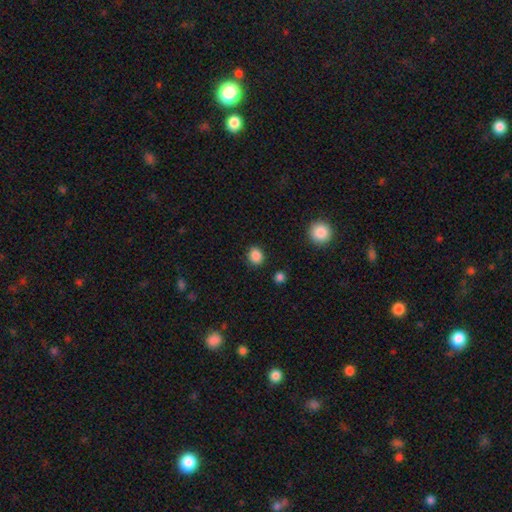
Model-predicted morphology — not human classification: smooth_or_featured: smooth (p=0.87) [alt: star or artifact p=0.10]
how_rounded: round (p=0.67) [alt: in between p=0.32]
merging: none (p=0.87) [alt: minor disturbance p=0.09]